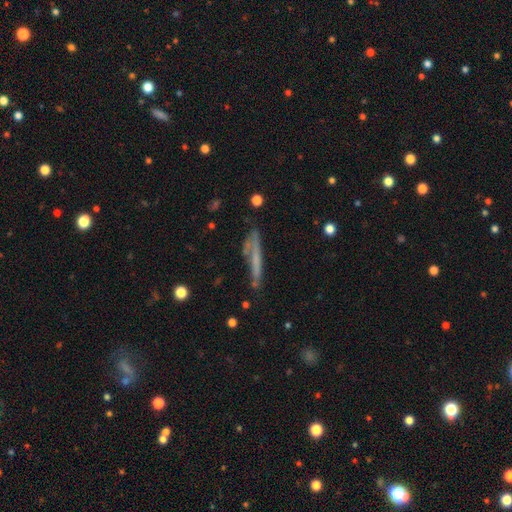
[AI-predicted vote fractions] A smooth galaxy with no disk features (48%).

Vote fractions:
- Smooth or featured? smooth: 48% / featured or disk: 42% / star or artifact: 10%
- Merging? none: 58% / minor disturbance: 25% / major disturbance: 11% / merger: 5%